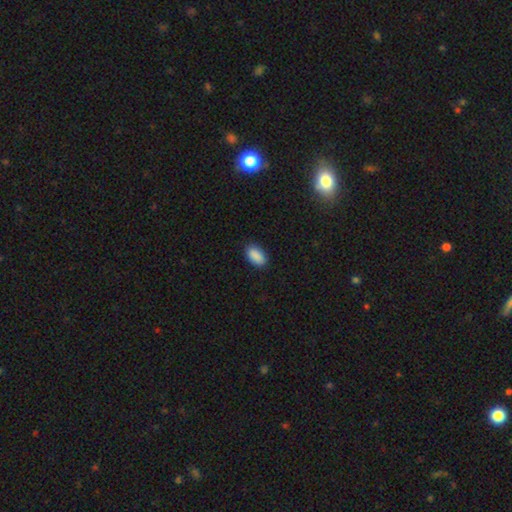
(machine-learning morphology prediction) smooth-or-featured: smooth: 91% | star or artifact: 7% | featured or disk: 3%
  how-rounded: in between: 94% | round: 4% | cigar-shaped: 2%
  merging: none: 88% | minor disturbance: 9% | major disturbance: 2% | merger: 1%